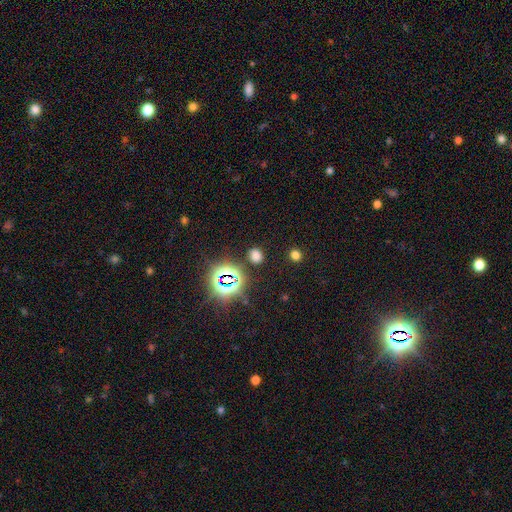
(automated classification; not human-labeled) Smooth or featured: smooth — 61% (star or artifact — 33%)
How rounded: round — 58% (in between — 41%)
Merging: none — 84% (minor disturbance — 9%)